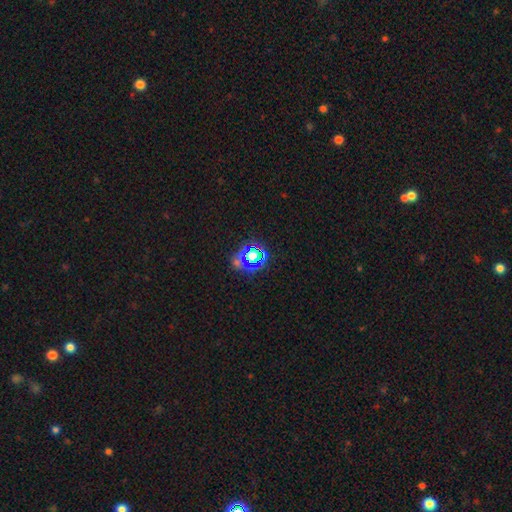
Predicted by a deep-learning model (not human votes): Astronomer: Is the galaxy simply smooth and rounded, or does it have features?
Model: star or artifact — 63%.